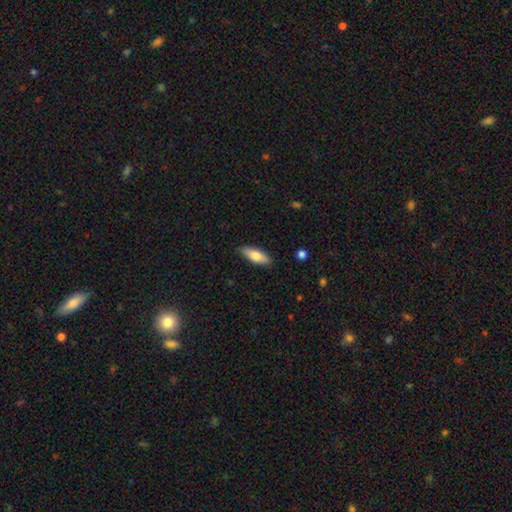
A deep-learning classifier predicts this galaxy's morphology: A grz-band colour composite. It shows a smooth galaxy with no disk features (77%) that is in between round and cigar-shaped (66%). Merging: none (86%).